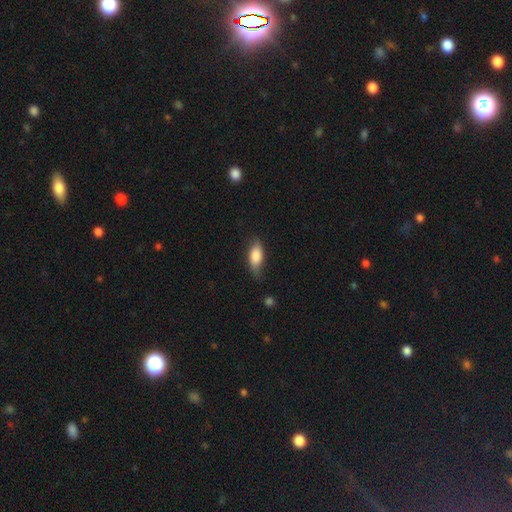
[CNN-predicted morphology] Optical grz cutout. It shows a smooth galaxy with no disk features (79%) that is in between round and cigar-shaped (81%). Merging: none (61%).